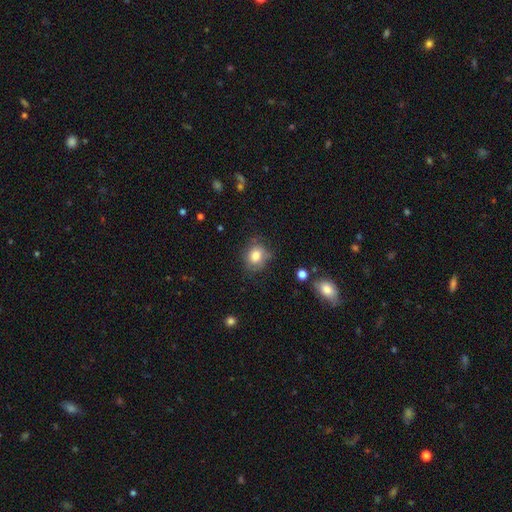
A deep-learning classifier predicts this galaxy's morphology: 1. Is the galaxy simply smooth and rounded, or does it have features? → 80% smooth, 11% featured or disk, 9% star or artifact.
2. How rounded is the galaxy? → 68% round, 31% in between, 1% cigar-shaped.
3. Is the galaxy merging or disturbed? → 69% none, 22% minor disturbance, 7% major disturbance, 2% merger.